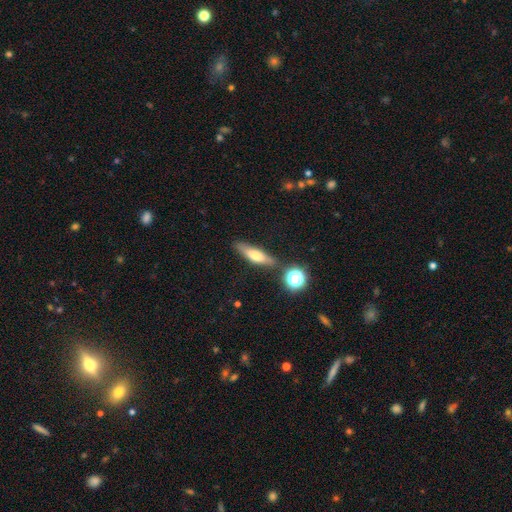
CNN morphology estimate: A smooth galaxy with no disk features (58%) that is cigar-shaped (64%). Merging: none (76%).